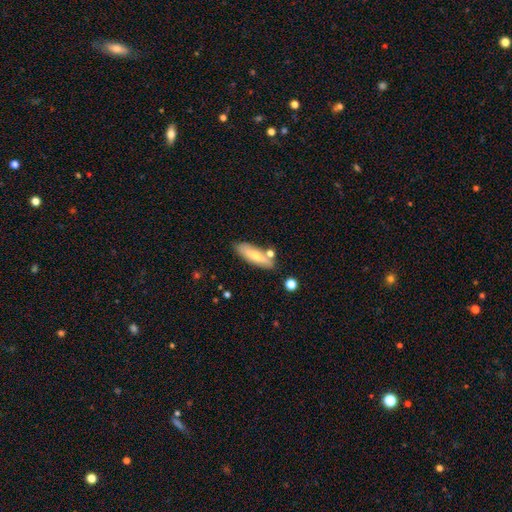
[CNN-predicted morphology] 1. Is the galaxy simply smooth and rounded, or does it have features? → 65% smooth, 28% featured or disk, 7% star or artifact.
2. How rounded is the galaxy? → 51% cigar-shaped, 47% in between, 2% round.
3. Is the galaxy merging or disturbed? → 70% none, 16% minor disturbance, 10% merger, 4% major disturbance.